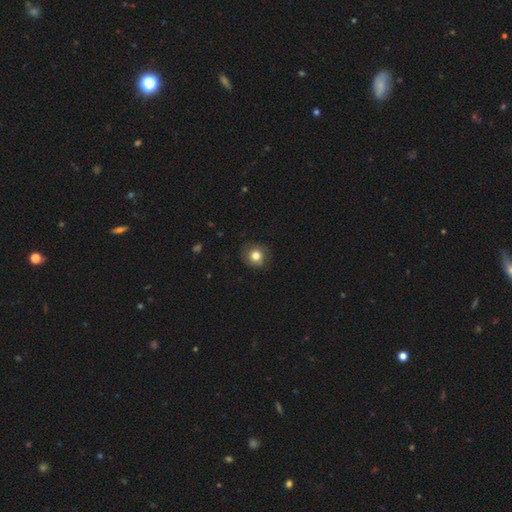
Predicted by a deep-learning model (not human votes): Morphology: type=smooth (78%); roundness=round (87%); merging=none (83%).